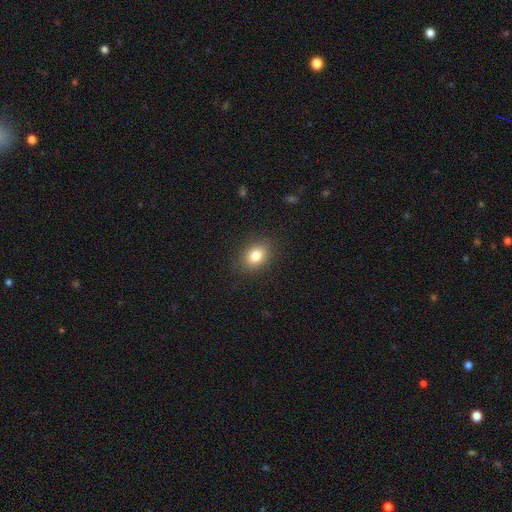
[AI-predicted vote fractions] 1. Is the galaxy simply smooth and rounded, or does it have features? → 82% smooth, 10% star or artifact, 8% featured or disk.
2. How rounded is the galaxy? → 60% in between, 39% round, 1% cigar-shaped.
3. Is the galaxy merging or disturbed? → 87% none, 9% minor disturbance, 3% major disturbance, 1% merger.